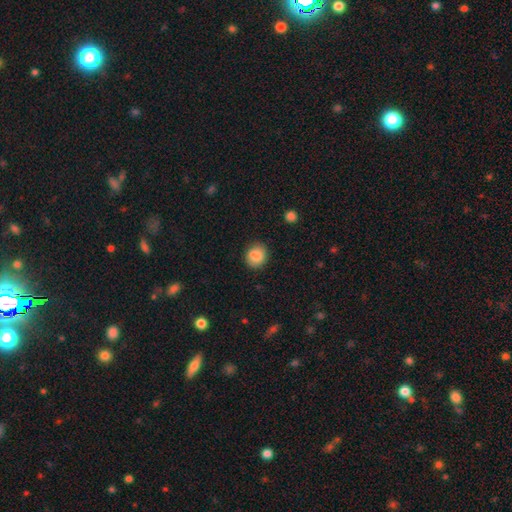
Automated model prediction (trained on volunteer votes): Smooth or featured: smooth — 84% (star or artifact — 9%)
How rounded: round — 71% (in between — 28%)
Merging: none — 80% (minor disturbance — 12%)